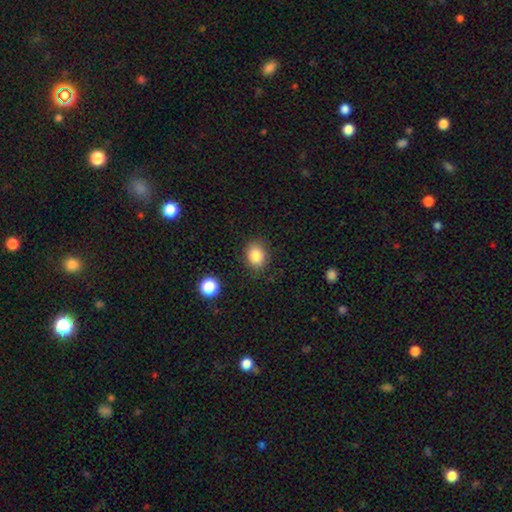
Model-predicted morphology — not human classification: type=smooth (85%); roundness=round (50%); merging=none (84%).